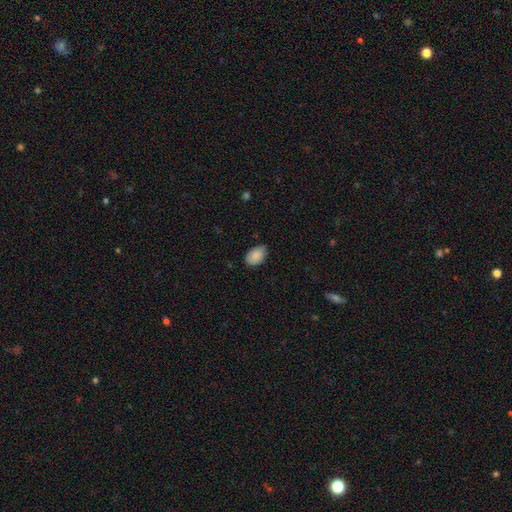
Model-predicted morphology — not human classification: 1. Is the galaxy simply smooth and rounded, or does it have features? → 89% smooth, 7% star or artifact, 5% featured or disk.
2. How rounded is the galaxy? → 91% in between, 8% round, 1% cigar-shaped.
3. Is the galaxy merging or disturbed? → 81% none, 16% minor disturbance, 2% major disturbance, 1% merger.